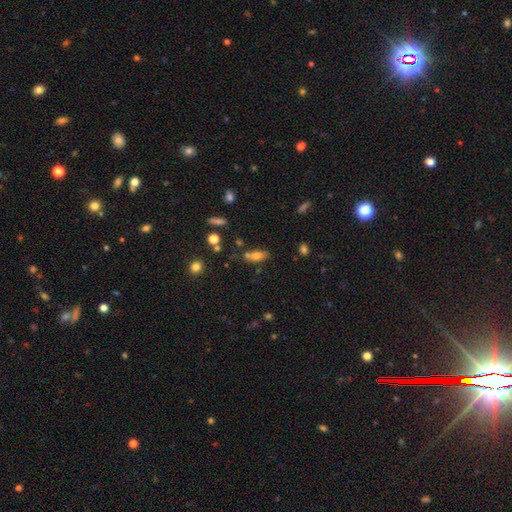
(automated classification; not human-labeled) Q: Smooth or featured?
A: smooth (67%); runner-up: star or artifact (17%)
Q: How rounded?
A: in between (73%); runner-up: cigar-shaped (20%)
Q: Merging?
A: none (58%); runner-up: merger (19%)